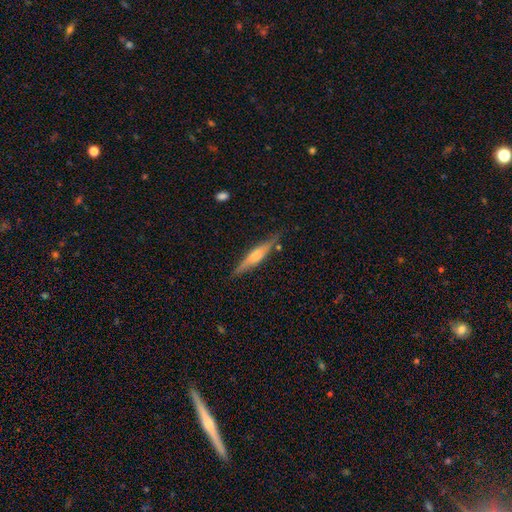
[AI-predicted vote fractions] The model was most divided on "smooth or featured": featured or disk: 55%, smooth: 38%, star or artifact: 6%. More confident: edge-on disk — yes (96%); merging — none (83%); edge-on bulge — rounded (61%).